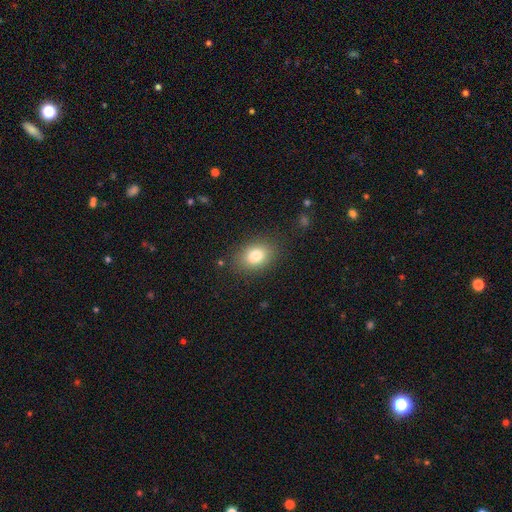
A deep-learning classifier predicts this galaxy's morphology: Smooth or featured: smooth — 81% (star or artifact — 10%)
How rounded: in between — 72% (round — 27%)
Merging: none — 84% (minor disturbance — 11%)